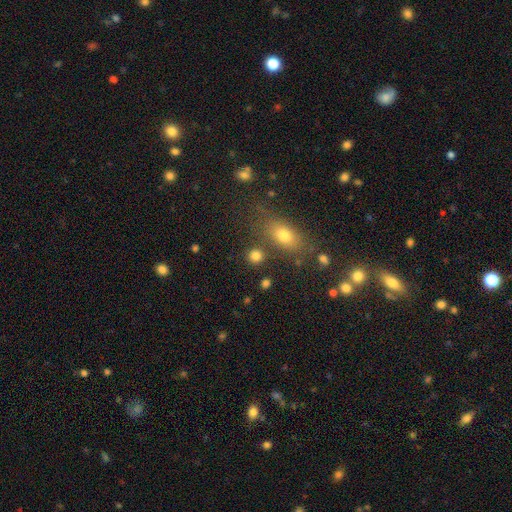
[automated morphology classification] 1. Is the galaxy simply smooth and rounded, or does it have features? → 82% smooth, 12% star or artifact, 6% featured or disk.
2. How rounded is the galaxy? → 84% round, 14% in between, 2% cigar-shaped.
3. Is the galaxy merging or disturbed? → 79% none, 9% merger, 9% minor disturbance, 4% major disturbance.